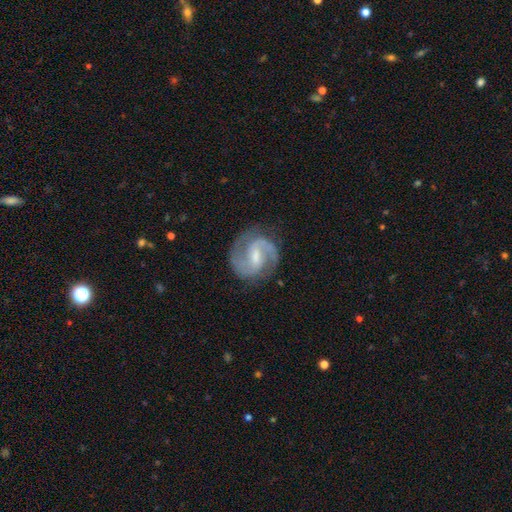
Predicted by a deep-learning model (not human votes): A featured or disk galaxy (89%) with a weak bar (57%), 2 (91%) medium (58%) spiral arms (97%) and a small central bulge (46%). Merging: none (79%).